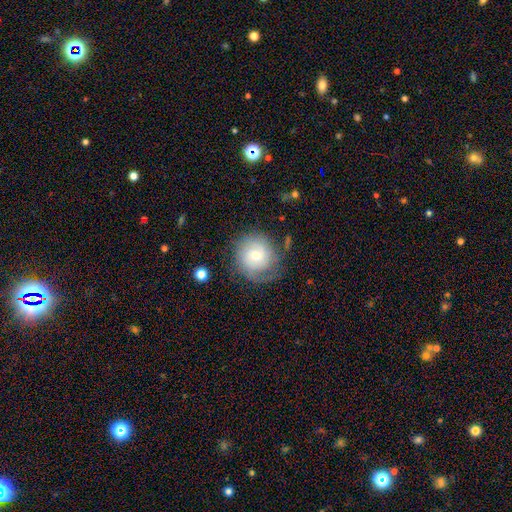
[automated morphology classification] The model was most divided on "smooth or featured": featured or disk: 48%, smooth: 44%, star or artifact: 8%. More confident: merging — none (66%).